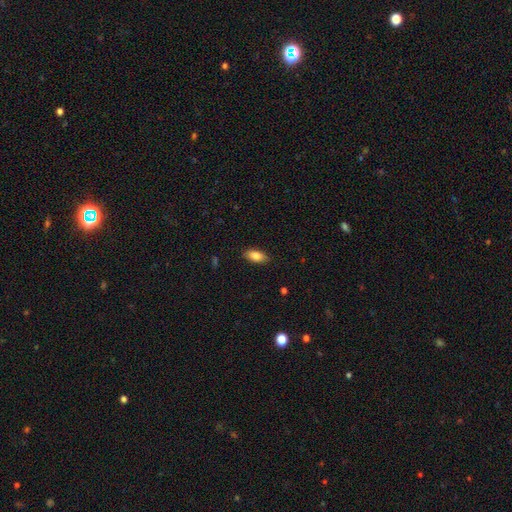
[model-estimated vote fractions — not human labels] smooth 84%, featured or disk 8%, star or artifact 7%. Down the decision tree: how rounded — in between (89%); merging — none (86%).